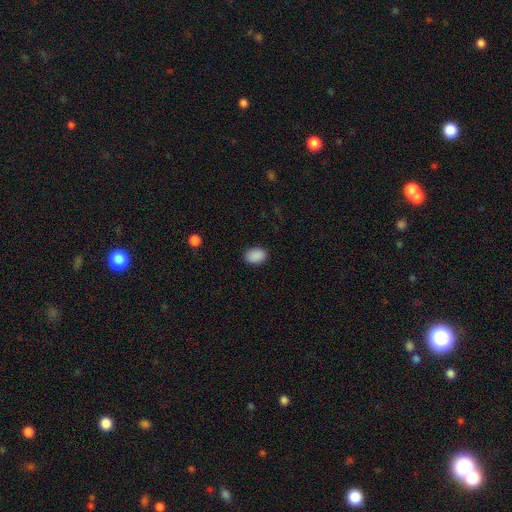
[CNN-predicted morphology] Smooth or featured: smooth — 90% (star or artifact — 8%)
How rounded: in between — 84% (round — 15%)
Merging: none — 88% (minor disturbance — 8%)